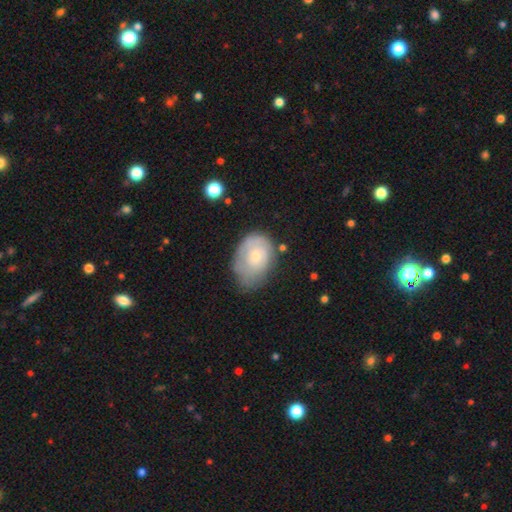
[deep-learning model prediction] Morphology: type=smooth (51%); roundness=in between (76%); merging=none (45%).